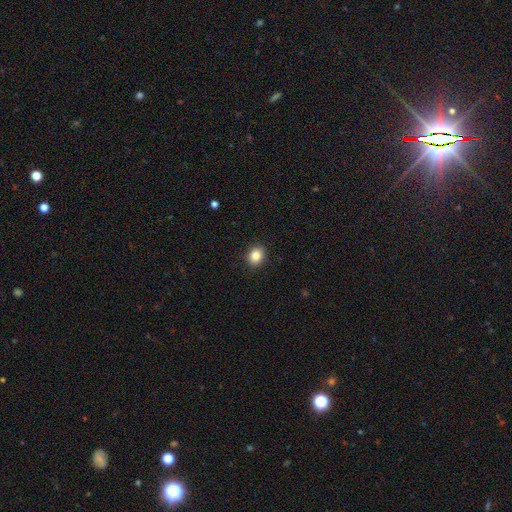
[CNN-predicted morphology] smooth-or-featured: smooth: 85% | star or artifact: 10% | featured or disk: 6%
  how-rounded: round: 63% | in between: 36% | cigar-shaped: 1%
  merging: none: 91% | minor disturbance: 6% | major disturbance: 2% | merger: 1%